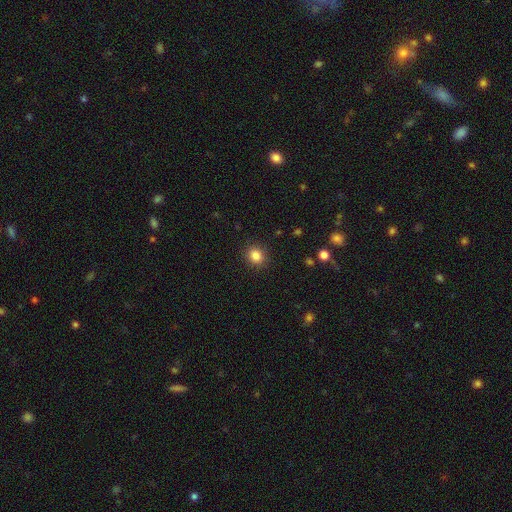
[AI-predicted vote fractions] Overall: smooth (85%). How rounded: round (76%). Merging: none (90%).